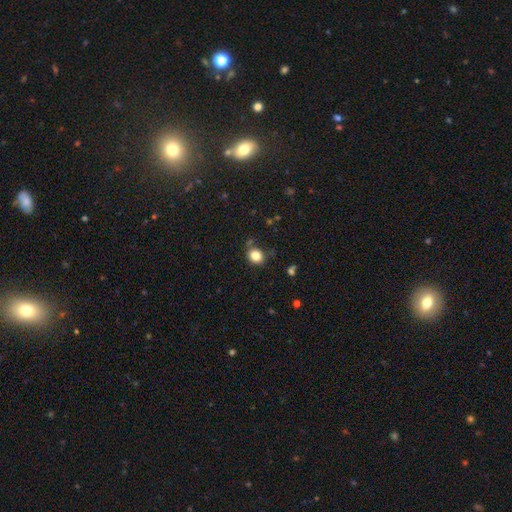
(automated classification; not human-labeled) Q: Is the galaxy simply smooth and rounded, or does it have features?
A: smooth — 83%.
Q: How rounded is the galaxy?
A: round — 71%.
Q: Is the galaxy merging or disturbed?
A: none — 80%.